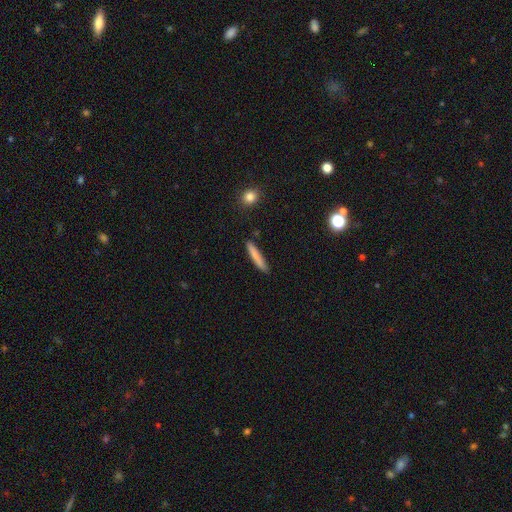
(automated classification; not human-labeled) smooth_or_featured: smooth (p=0.79) [alt: featured or disk p=0.14]
how_rounded: cigar-shaped (p=0.94) [alt: in between p=0.05]
merging: none (p=0.86) [alt: minor disturbance p=0.10]